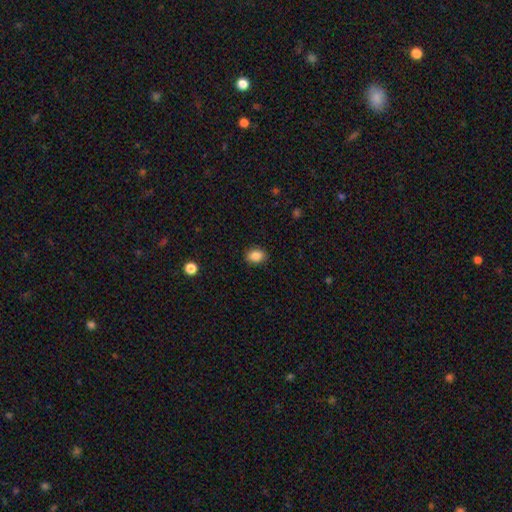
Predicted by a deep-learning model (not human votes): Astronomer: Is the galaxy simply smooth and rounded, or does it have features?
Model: smooth — 87%.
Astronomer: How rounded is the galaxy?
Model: in between — 68%.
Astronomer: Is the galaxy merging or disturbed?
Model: none — 88%.